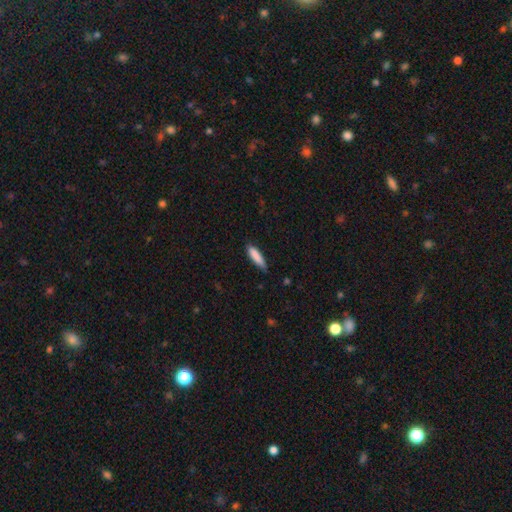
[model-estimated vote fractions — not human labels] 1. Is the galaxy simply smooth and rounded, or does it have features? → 86% smooth, 8% featured or disk, 6% star or artifact.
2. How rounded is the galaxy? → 71% cigar-shaped, 27% in between, 1% round.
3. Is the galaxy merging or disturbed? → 74% none, 22% minor disturbance, 3% major disturbance, 1% merger.